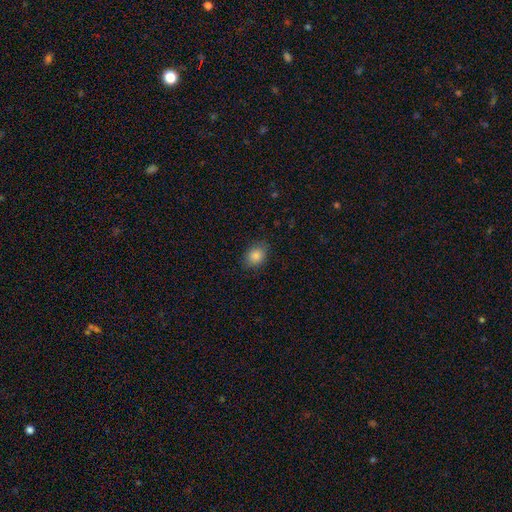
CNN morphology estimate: A smooth galaxy with no disk features (86%) that is in between round and cigar-shaped (61%).

Vote fractions:
- Smooth or featured? smooth: 86% / star or artifact: 10% / featured or disk: 5%
- How rounded? in between: 61% / round: 38% / cigar-shaped: 1%
- Merging? none: 83% / minor disturbance: 13% / major disturbance: 3% / merger: 1%